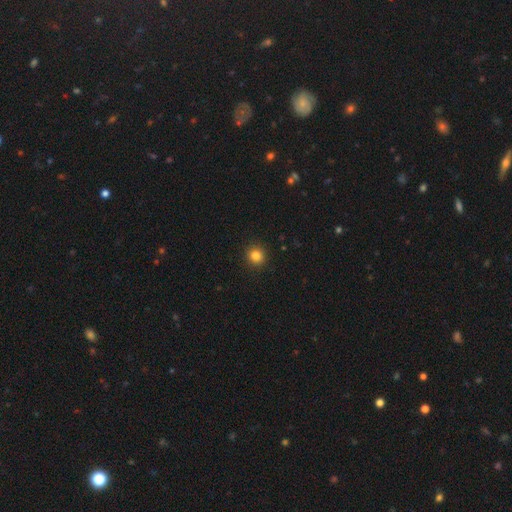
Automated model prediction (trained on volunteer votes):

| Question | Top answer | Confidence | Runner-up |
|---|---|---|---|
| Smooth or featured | smooth | 83% | star or artifact (12%) |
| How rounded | round | 91% | in between (8%) |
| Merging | none | 93% | minor disturbance (5%) |